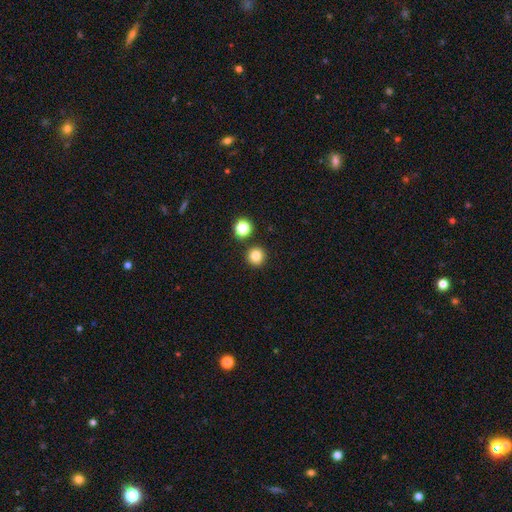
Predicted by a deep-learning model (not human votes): Q: Smooth or featured?
A: smooth (82%); runner-up: star or artifact (13%)
Q: How rounded?
A: round (95%); runner-up: in between (4%)
Q: Merging?
A: none (88%); runner-up: minor disturbance (5%)